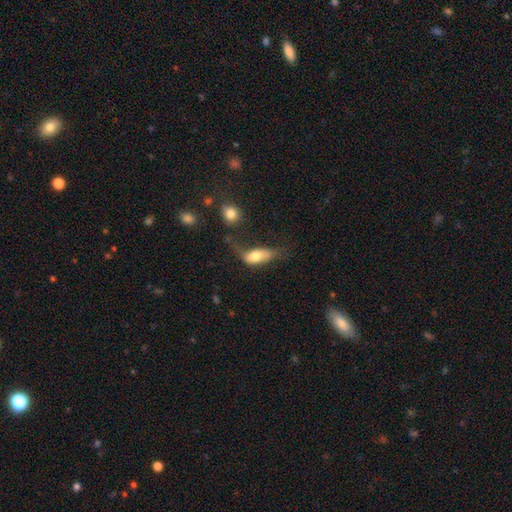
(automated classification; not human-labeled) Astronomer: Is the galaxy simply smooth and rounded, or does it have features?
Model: smooth — 68%.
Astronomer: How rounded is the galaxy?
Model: in between — 83%.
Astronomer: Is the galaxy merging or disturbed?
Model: major disturbance — 31%, tied with none at 31%.